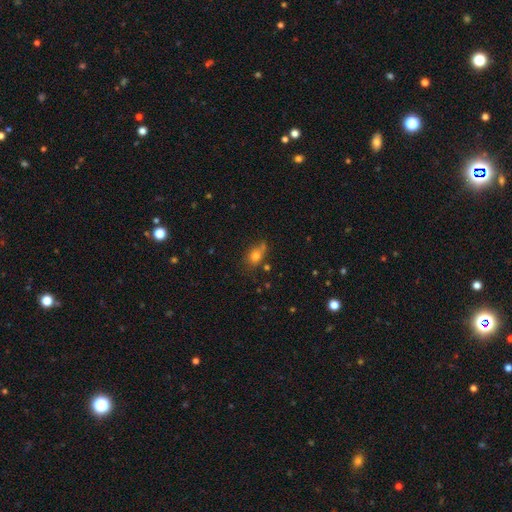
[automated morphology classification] Q: Smooth or featured?
A: smooth (76%); runner-up: star or artifact (13%)
Q: How rounded?
A: in between (52%); runner-up: round (45%)
Q: Merging?
A: none (55%); runner-up: minor disturbance (23%)